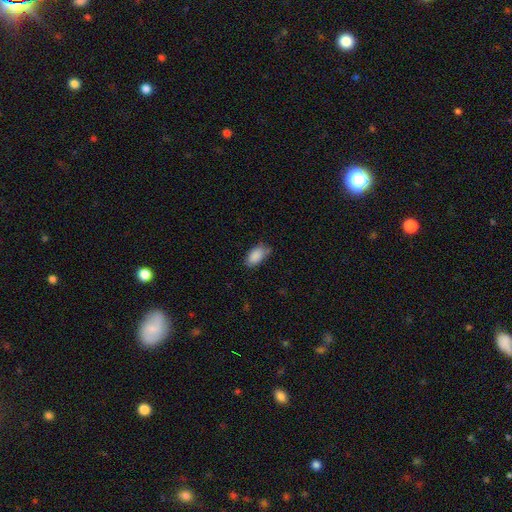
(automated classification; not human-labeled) Smooth or featured? smooth (88%)
How rounded? in between (93%)
Merging? none (68%)